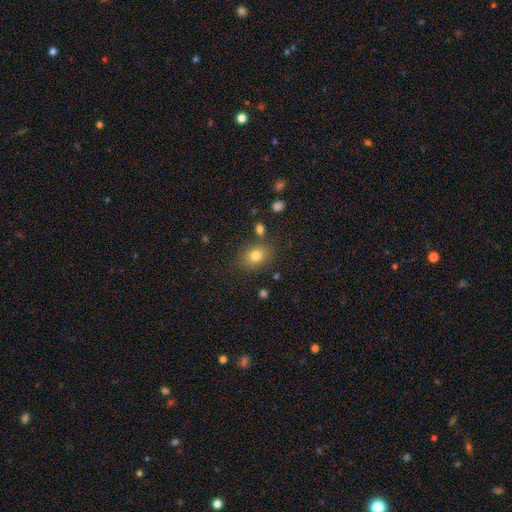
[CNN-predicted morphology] smooth-or-featured: smooth: 79% | star or artifact: 11% | featured or disk: 11%
  how-rounded: in between: 65% | round: 33% | cigar-shaped: 1%
  merging: none: 79% | minor disturbance: 12% | merger: 5% | major disturbance: 4%